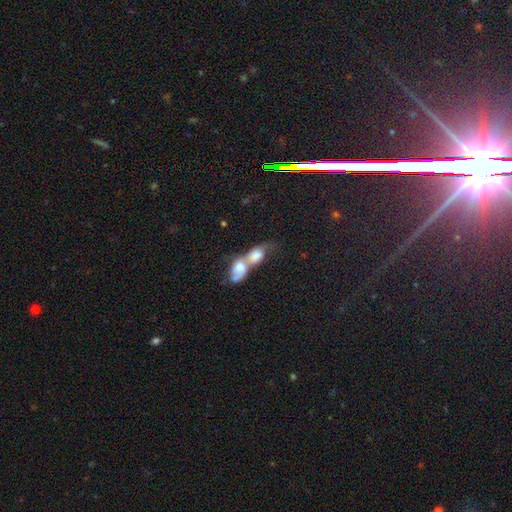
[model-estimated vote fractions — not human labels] smooth-or-featured: smooth: 65% | featured or disk: 26% | star or artifact: 8%
  how-rounded: in between: 76% | round: 19% | cigar-shaped: 5%
  merging: merger: 86% | none: 6% | major disturbance: 5% | minor disturbance: 3%